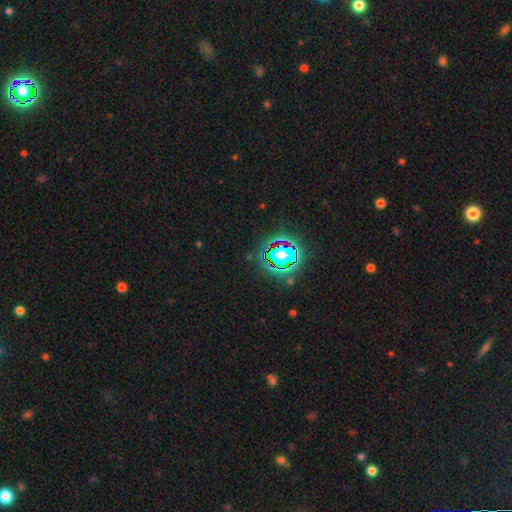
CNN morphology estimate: star or artifact 77%, smooth 14%, featured or disk 9%.